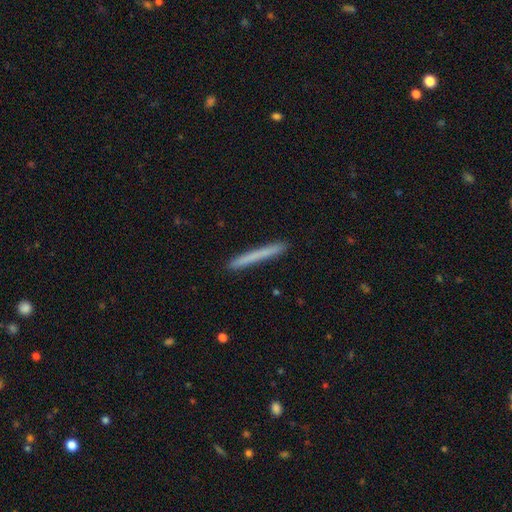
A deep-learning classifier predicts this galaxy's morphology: Smooth or featured? smooth (69%)
How rounded? cigar-shaped (97%)
Merging? none (92%)